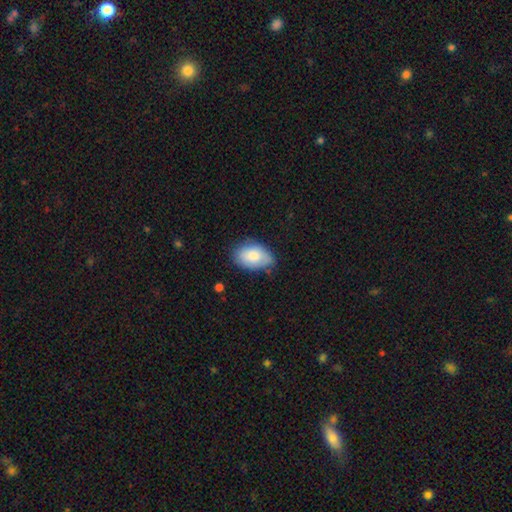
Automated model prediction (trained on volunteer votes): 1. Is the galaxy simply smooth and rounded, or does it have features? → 81% smooth, 13% featured or disk, 6% star or artifact.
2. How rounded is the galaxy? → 91% in between, 8% round, 1% cigar-shaped.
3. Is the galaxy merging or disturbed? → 68% none, 25% minor disturbance, 4% major disturbance, 2% merger.